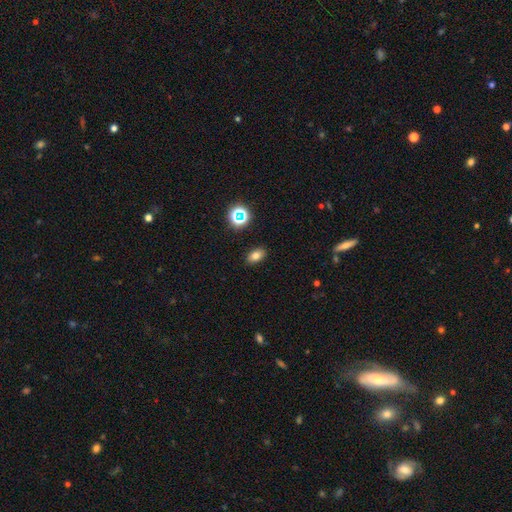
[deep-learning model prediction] A smooth galaxy with no disk features (75%) that is in between round and cigar-shaped (86%). Merging: none (88%).